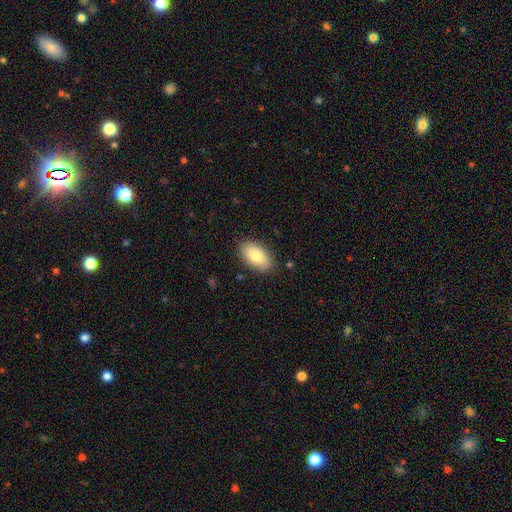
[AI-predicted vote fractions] Smooth or featured? smooth (82%)
How rounded? in between (94%)
Merging? none (86%)